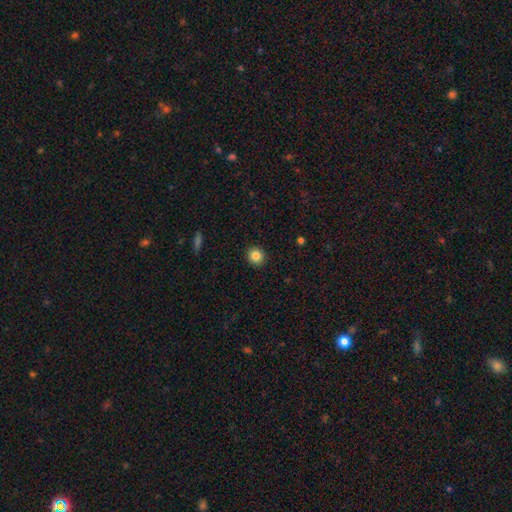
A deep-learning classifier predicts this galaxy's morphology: This appears to be a smooth galaxy with no disk features (83%) that is round (90%). Merging: none (92%).